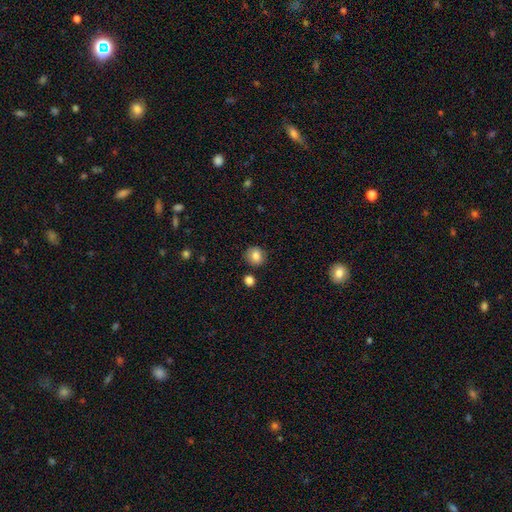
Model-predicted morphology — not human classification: This appears to be a smooth galaxy with no disk features (83%) that is round (82%). Merging: none (83%).